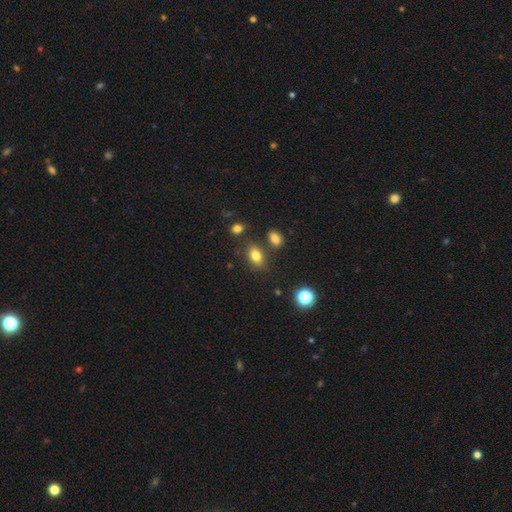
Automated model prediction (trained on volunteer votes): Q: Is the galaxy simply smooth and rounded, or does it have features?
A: smooth — 80%.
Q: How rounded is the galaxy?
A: in between — 80%.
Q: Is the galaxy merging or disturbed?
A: none — 73%.